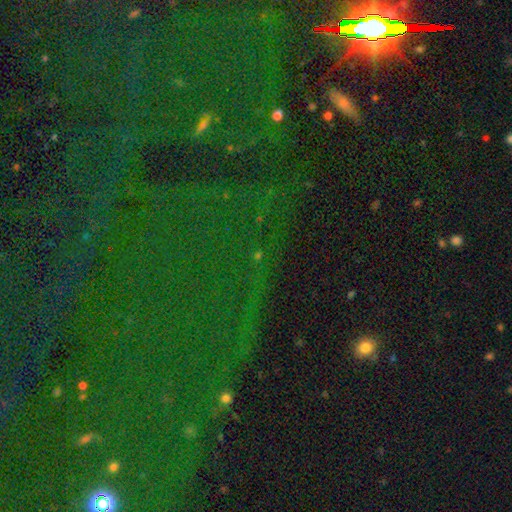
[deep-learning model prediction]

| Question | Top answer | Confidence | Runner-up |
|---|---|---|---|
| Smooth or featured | star or artifact | 82% | smooth (10%) |